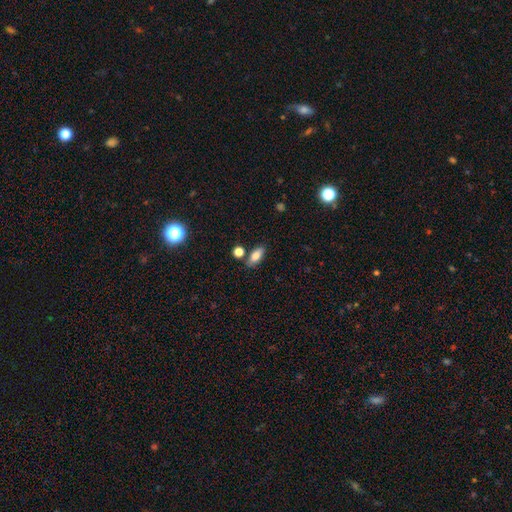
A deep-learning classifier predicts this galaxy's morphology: Smooth or featured? smooth (79%)
How rounded? in between (85%)
Merging? none (77%)